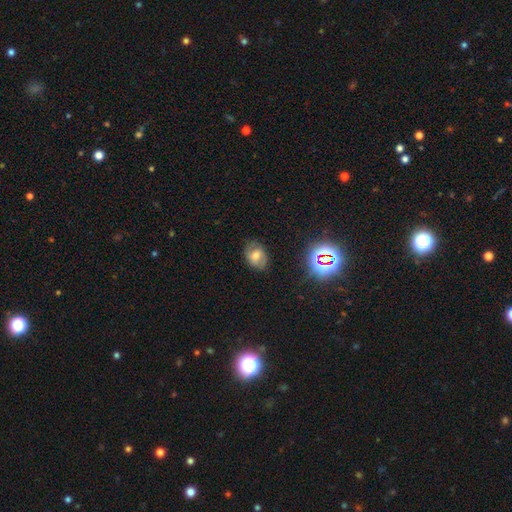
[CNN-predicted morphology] type=smooth (52%); roundness=in between (68%); merging=none (77%).